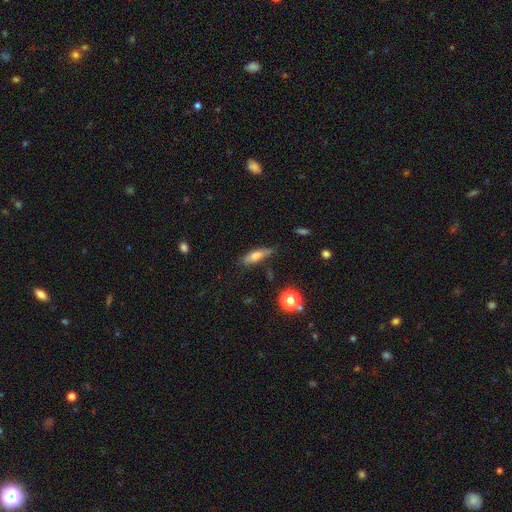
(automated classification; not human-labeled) Smooth or featured? smooth (66%)
How rounded? cigar-shaped (55%)
Merging? none (68%)